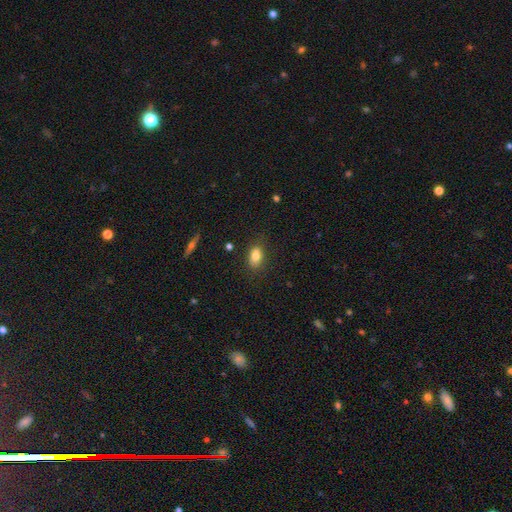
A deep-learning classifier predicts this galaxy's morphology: Smooth or featured? smooth (82%)
How rounded? in between (85%)
Merging? none (81%)